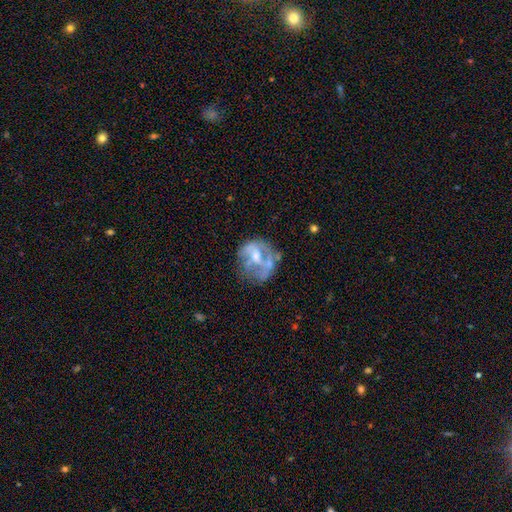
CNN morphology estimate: This is likely a featured or disk galaxy (64%). It is clearly not viewed edge-on (97%). Bar: likely no (63%). Spiral arm pattern: likely no (67%). Central bulge: possibly moderate (50%). Merging: marginally none (44%).